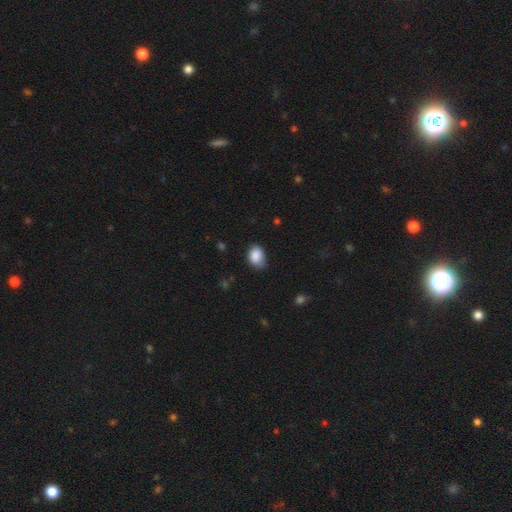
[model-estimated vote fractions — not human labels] Overall: smooth (88%). How rounded: in between (73%). Merging: none (64%; minor disturbance 29%).